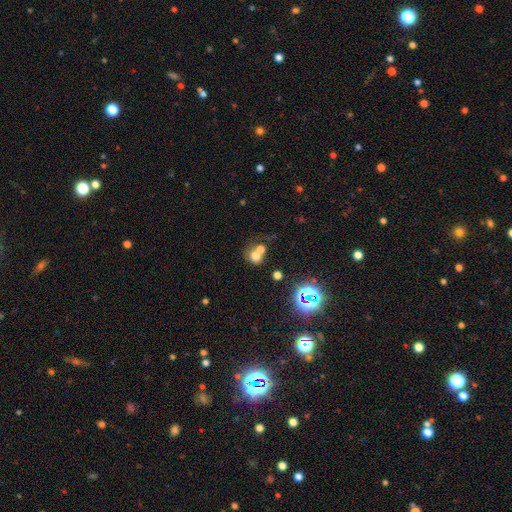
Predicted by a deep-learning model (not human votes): This is likely a smooth galaxy (65%). How rounded: likely round (71%). Merging: possibly merger (49%).